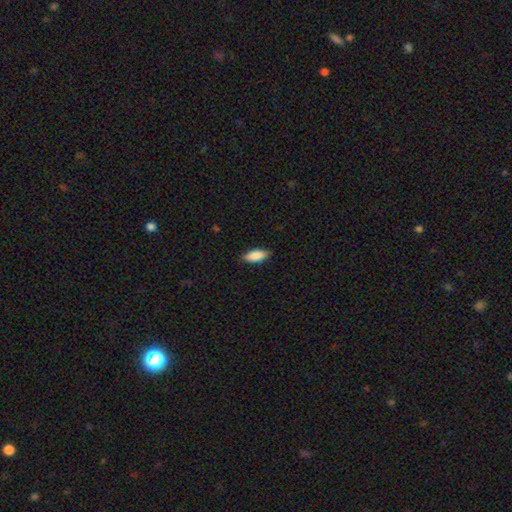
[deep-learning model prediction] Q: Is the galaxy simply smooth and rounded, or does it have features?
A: smooth — 87%.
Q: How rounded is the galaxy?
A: in between — 81%.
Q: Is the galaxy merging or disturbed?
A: none — 87%.